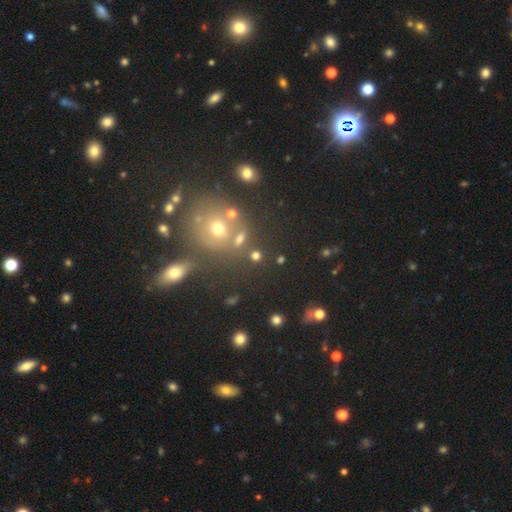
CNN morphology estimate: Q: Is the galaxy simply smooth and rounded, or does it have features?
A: smooth — 64%.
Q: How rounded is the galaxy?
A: round — 78%.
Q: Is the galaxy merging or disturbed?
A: none — 72%.